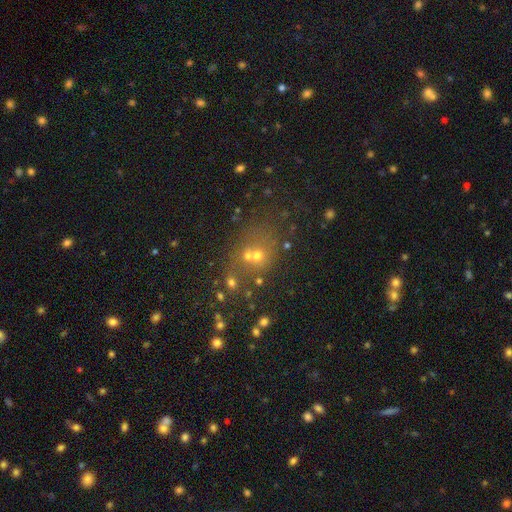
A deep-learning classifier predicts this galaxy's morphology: Smooth or featured?
  - smooth: 49% *
  - star or artifact: 33%
  - featured or disk: 18%
Merging?
  - none: 45% *
  - merger: 40%
  - minor disturbance: 9%
  - major disturbance: 6%